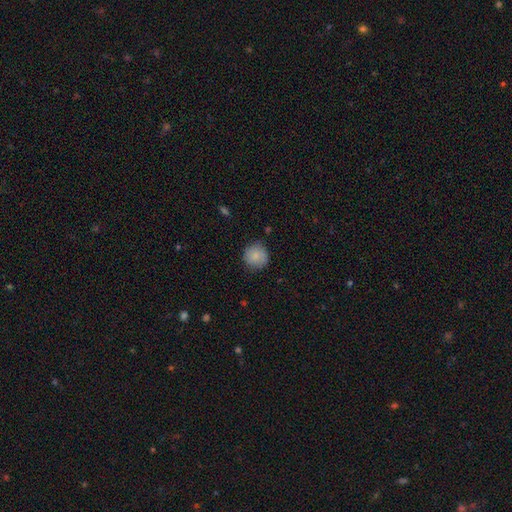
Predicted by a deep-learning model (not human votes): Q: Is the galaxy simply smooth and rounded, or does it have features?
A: smooth — 85%.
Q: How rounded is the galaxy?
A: round — 94%.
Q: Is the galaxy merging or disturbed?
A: none — 84%.